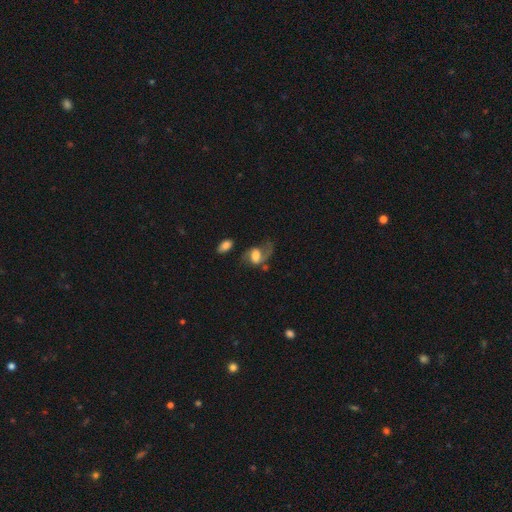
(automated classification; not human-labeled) Smooth or featured: featured or disk — 55% (smooth — 35%)
Edge-on disk: no — 96% (yes — 4%)
Bar: no — 44% (weak — 40%)
Spiral arms: yes — 83% (no — 17%)
Bulge size: large — 38% (moderate — 36%)
Merging: none — 39% (major disturbance — 33%)